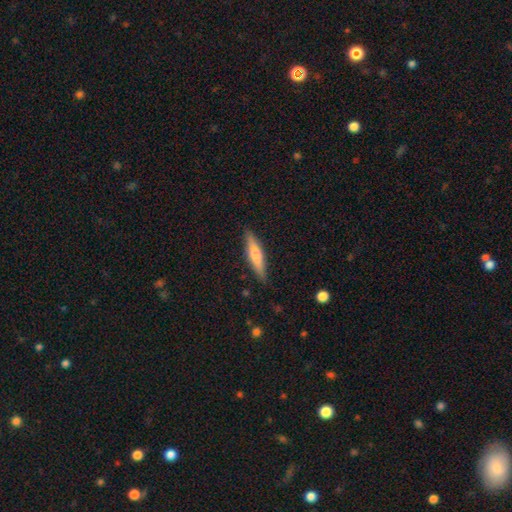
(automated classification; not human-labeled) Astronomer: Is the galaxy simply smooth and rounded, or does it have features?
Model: smooth — 62%.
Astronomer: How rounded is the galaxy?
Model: cigar-shaped — 83%.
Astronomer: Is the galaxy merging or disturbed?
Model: none — 88%.